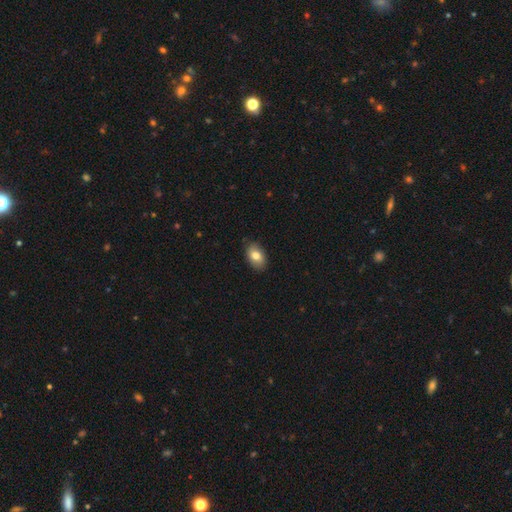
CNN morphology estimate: Q: Smooth or featured?
A: smooth (79%); runner-up: featured or disk (14%)
Q: How rounded?
A: in between (89%); runner-up: round (9%)
Q: Merging?
A: none (86%); runner-up: minor disturbance (11%)